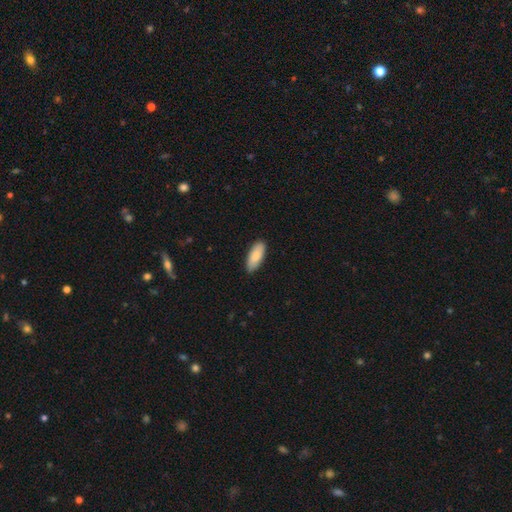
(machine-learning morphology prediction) smooth-or-featured: smooth: 87% | featured or disk: 8% | star or artifact: 5%
  how-rounded: in between: 80% | cigar-shaped: 18% | round: 2%
  merging: none: 87% | minor disturbance: 10% | major disturbance: 2% | merger: 1%